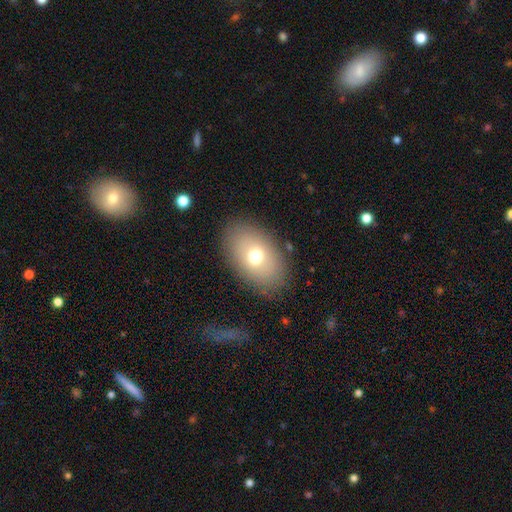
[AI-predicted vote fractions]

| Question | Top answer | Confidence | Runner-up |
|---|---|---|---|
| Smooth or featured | smooth | 70% | featured or disk (20%) |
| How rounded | in between | 87% | round (12%) |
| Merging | none | 85% | minor disturbance (9%) |